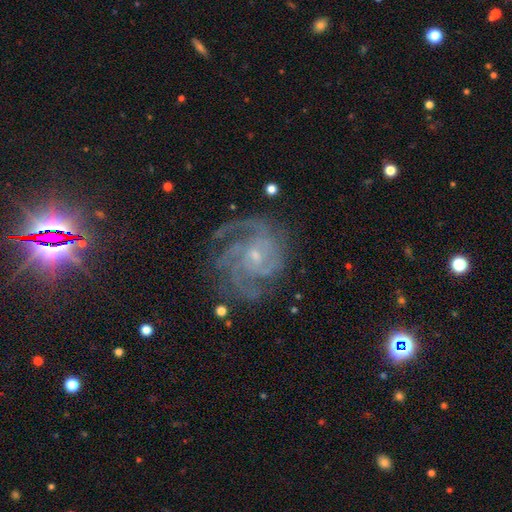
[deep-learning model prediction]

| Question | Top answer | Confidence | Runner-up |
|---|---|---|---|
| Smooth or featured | featured or disk | 88% | star or artifact (7%) |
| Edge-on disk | no | 98% | yes (2%) |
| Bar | no | 64% | weak (29%) |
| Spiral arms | yes | 97% | no (3%) |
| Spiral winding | tight | 56% | medium (38%) |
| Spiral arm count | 3 | 32% | 4 (24%) |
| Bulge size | small | 76% | moderate (18%) |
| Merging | none | 70% | minor disturbance (18%) |